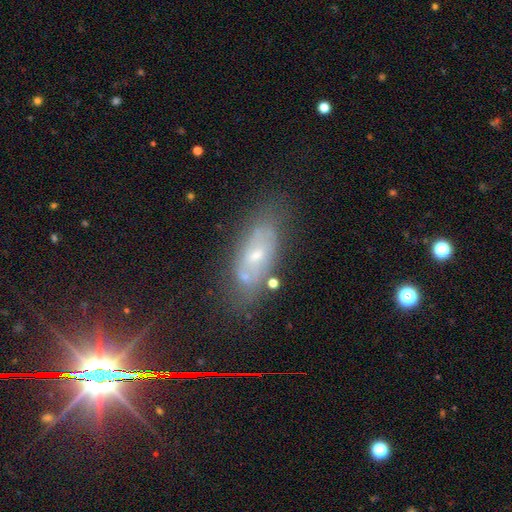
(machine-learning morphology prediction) The model was most divided on "smooth or featured": featured or disk: 52%, smooth: 33%, star or artifact: 15%. More confident: edge-on disk — no (78%); merging — none (67%).